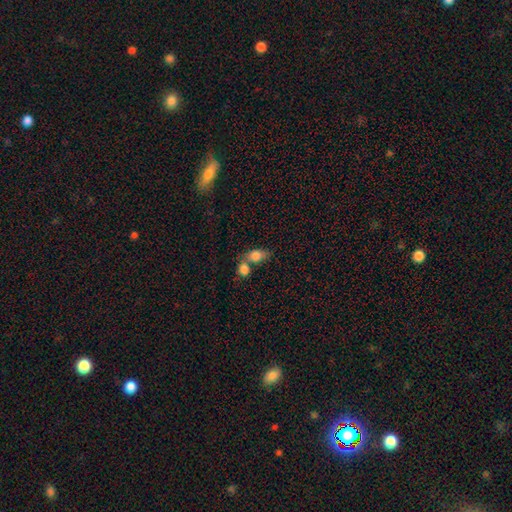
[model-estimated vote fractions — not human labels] smooth-or-featured: smooth: 82% | featured or disk: 9% | star or artifact: 9%
  how-rounded: in between: 71% | round: 26% | cigar-shaped: 3%
  merging: merger: 53% | none: 32% | minor disturbance: 10% | major disturbance: 5%